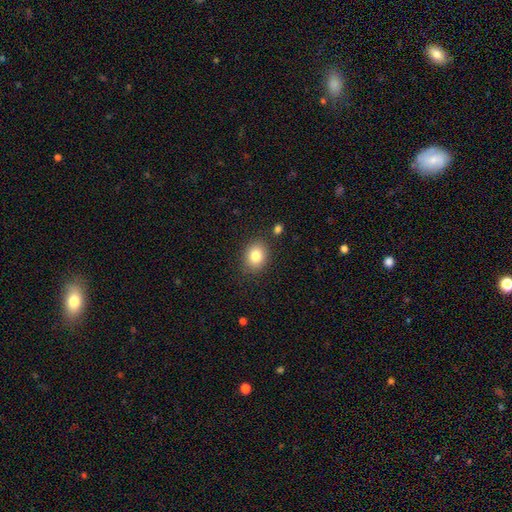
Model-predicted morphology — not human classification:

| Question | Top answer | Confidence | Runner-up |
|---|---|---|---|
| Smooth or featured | smooth | 82% | star or artifact (10%) |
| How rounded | round | 50% | in between (49%) |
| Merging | none | 84% | minor disturbance (10%) |